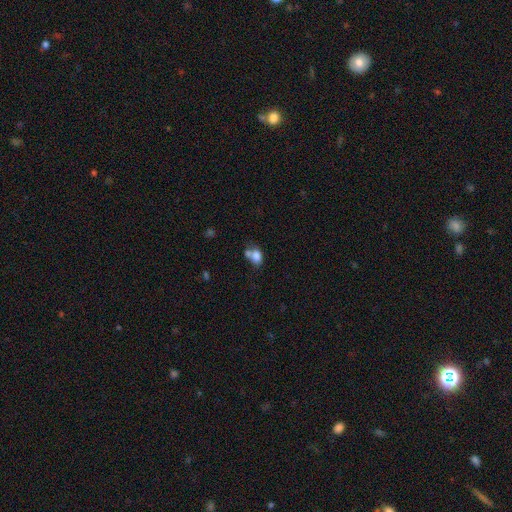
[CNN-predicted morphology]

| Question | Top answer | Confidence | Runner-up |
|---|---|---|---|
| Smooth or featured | smooth | 78% | featured or disk (11%) |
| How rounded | in between | 71% | round (28%) |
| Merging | merger | 46% | none (33%) |